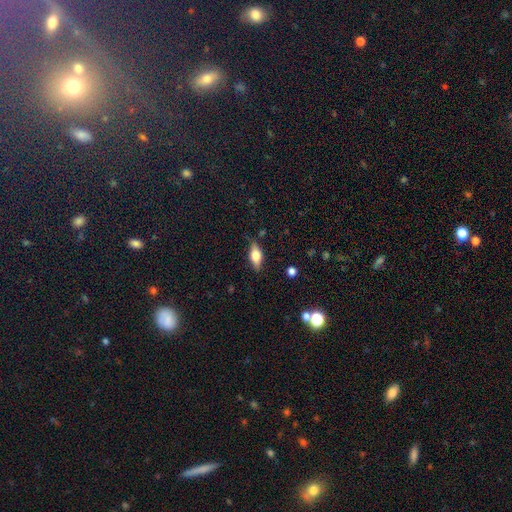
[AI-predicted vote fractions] Smooth or featured? Predicted: smooth (p=0.53). How rounded? Predicted: in between (p=0.76). Merging? Predicted: none (p=0.80).